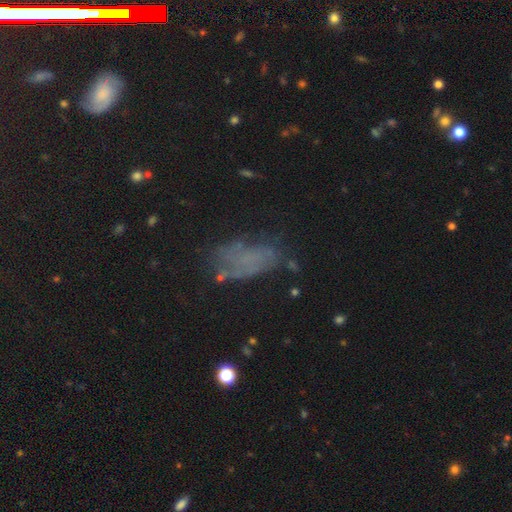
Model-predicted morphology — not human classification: type=smooth (45%); merging=none (47%).